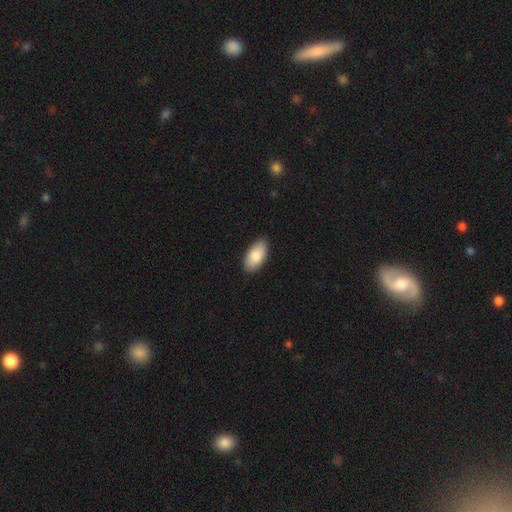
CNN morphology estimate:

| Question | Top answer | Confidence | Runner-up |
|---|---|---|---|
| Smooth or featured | smooth | 85% | featured or disk (9%) |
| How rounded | in between | 95% | cigar-shaped (3%) |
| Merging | none | 87% | minor disturbance (10%) |